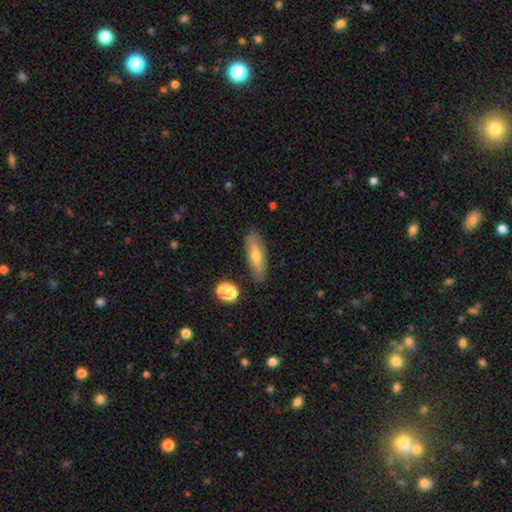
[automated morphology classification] The model was most divided on "how rounded": cigar-shaped: 49%, in between: 48%, round: 3%. More confident: merging — none (85%); smooth or featured — smooth (62%).